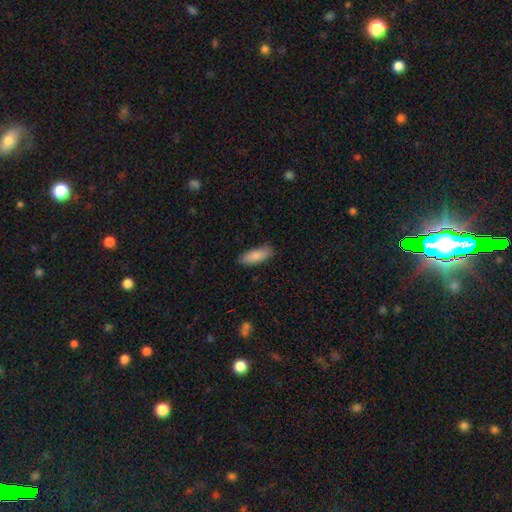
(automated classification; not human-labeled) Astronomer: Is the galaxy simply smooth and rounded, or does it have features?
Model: smooth — 87%.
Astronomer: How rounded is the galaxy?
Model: in between — 68%.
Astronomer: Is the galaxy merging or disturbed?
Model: none — 84%.